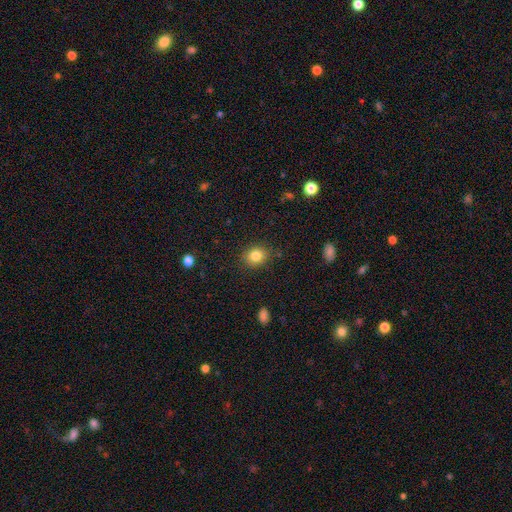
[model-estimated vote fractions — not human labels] A smooth galaxy with no disk features (83%) that is round (63%).

Vote fractions:
- Smooth or featured? smooth: 83% / star or artifact: 11% / featured or disk: 7%
- How rounded? round: 63% / in between: 36% / cigar-shaped: 1%
- Merging? none: 87% / minor disturbance: 9% / major disturbance: 3% / merger: 1%